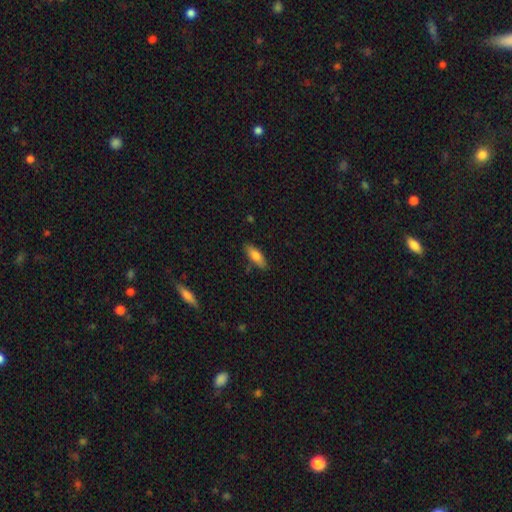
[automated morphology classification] Smooth or featured? Predicted: smooth (p=0.77). How rounded? Predicted: in between (p=0.67). Merging? Predicted: none (p=0.83).